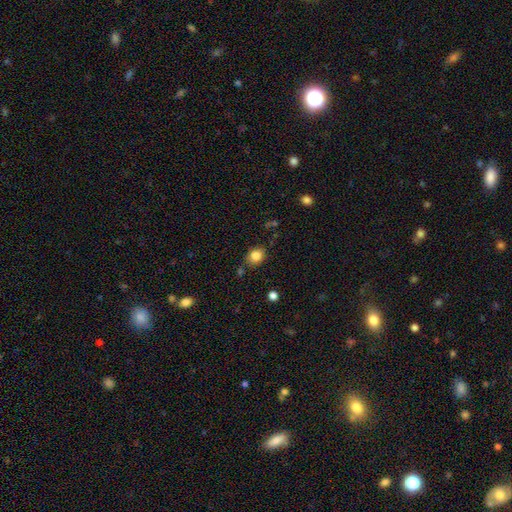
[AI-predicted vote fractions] smooth_or_featured: smooth (p=0.83) [alt: star or artifact p=0.10]
how_rounded: round (p=0.60) [alt: in between p=0.38]
merging: none (p=0.77) [alt: minor disturbance p=0.15]